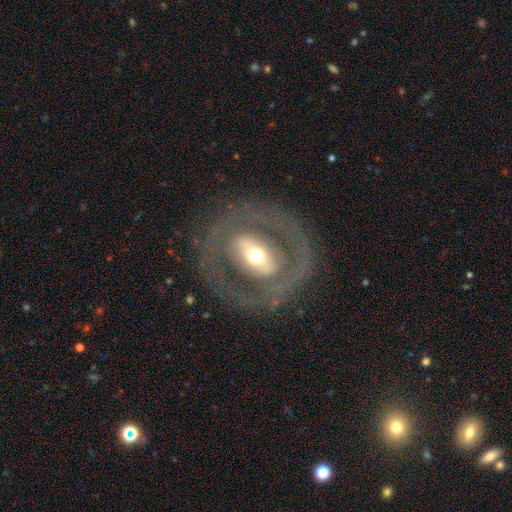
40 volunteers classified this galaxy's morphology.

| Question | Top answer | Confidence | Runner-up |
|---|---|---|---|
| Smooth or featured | featured or disk | 78% | smooth (20%) |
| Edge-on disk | no | 97% | yes (3%) |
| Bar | strong | 73% | weak (20%) |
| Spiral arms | no | 80% | yes (20%) |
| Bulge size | moderate | 63% | large (13%) |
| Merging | none | 85% | minor disturbance (10%) |